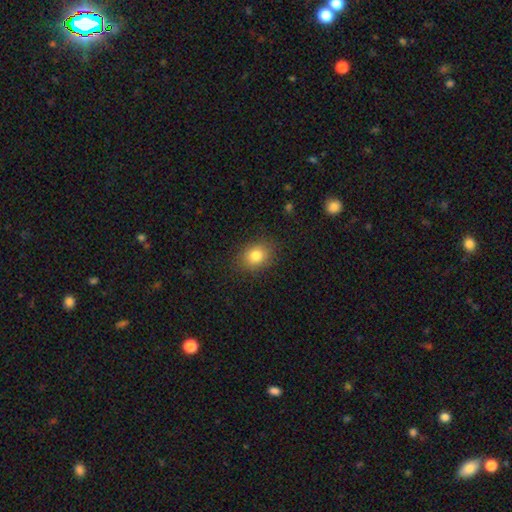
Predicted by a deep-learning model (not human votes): Overall: smooth (82%). How rounded: in between (53%; round 46%). Merging: none (85%).